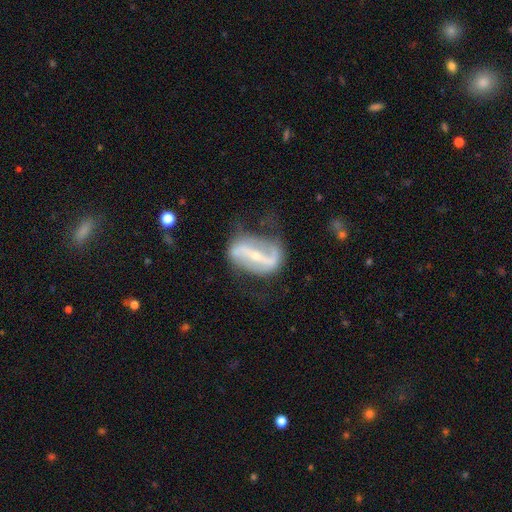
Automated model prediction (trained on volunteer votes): Smooth or featured?
  - featured or disk: 86% *
  - smooth: 8%
  - star or artifact: 6%
Edge-on disk?
  - no: 93% *
  - yes: 7%
Bar?
  - strong: 78% *
  - weak: 15%
  - no: 8%
Spiral arms?
  - yes: 85% *
  - no: 15%
Spiral winding?
  - loose: 62% *
  - medium: 26%
  - tight: 12%
Spiral arm count?
  - 2: 88% *
  - can't tell: 5%
  - 1: 4%
  - 3: 1%
  - 4: 1%
  - more than 4: 1%
Bulge size?
  - small: 68% *
  - moderate: 28%
  - none: 2%
  - large: 1%
  - dominant: 1%
Merging?
  - none: 61% *
  - minor disturbance: 23%
  - major disturbance: 14%
  - merger: 2%